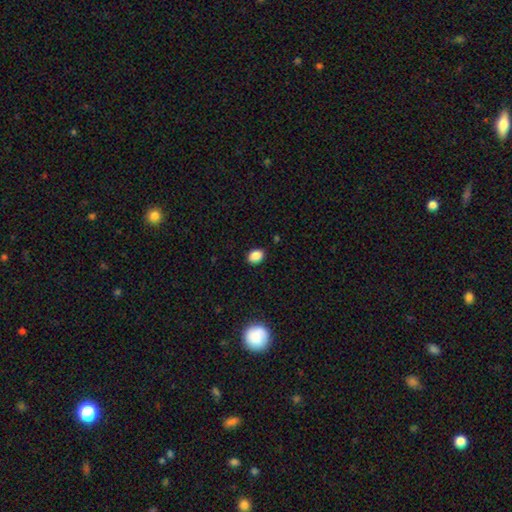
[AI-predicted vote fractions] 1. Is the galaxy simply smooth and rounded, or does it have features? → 87% smooth, 9% star or artifact, 4% featured or disk.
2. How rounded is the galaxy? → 68% in between, 31% round, 1% cigar-shaped.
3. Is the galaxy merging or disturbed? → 88% none, 9% minor disturbance, 2% major disturbance, 1% merger.